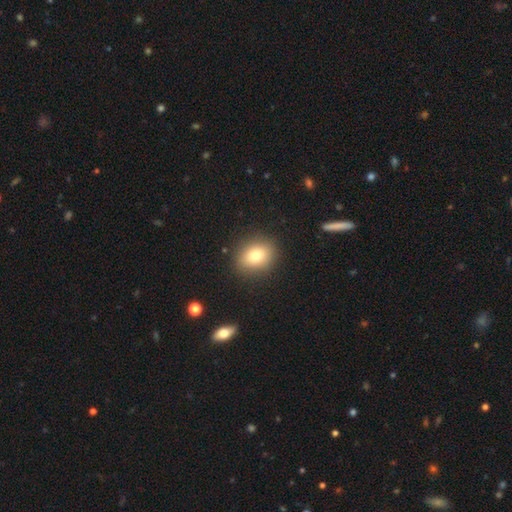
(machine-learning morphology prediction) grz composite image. It shows a smooth galaxy with no disk features (77%) that is round (52%). Merging: none (88%).